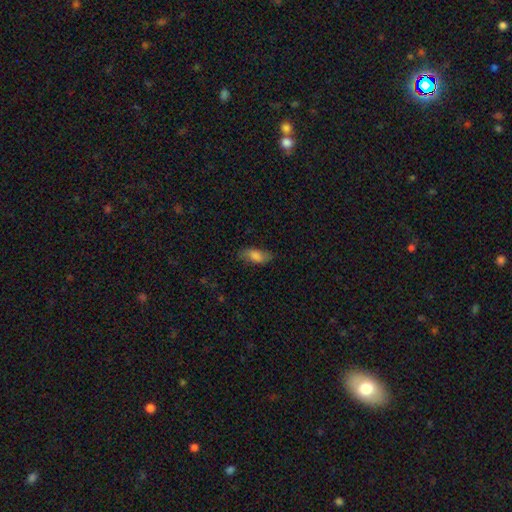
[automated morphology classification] Overall: smooth (79%). How rounded: in between (82%). Merging: none (77%).